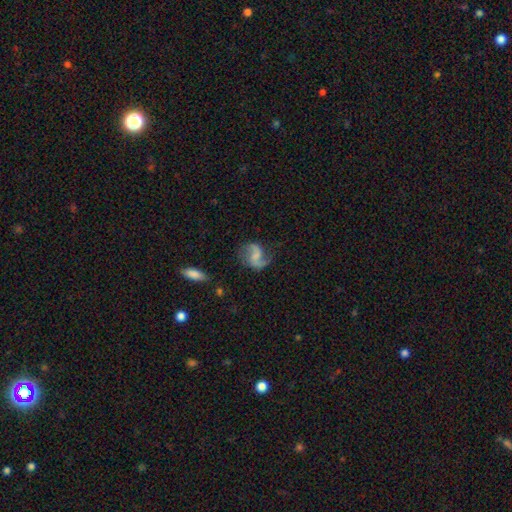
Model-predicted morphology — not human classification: Smooth or featured?
  - featured or disk: 83% *
  - smooth: 10%
  - star or artifact: 6%
Edge-on disk?
  - no: 98% *
  - yes: 2%
Bar?
  - weak: 46% *
  - no: 36%
  - strong: 18%
Spiral arms?
  - yes: 96% *
  - no: 4%
Spiral winding?
  - loose: 60% *
  - medium: 33%
  - tight: 6%
Spiral arm count?
  - 2: 88% *
  - 1: 7%
  - can't tell: 2%
  - 3: 1%
  - 4: 1%
  - more than 4: 1%
Bulge size?
  - none: 49% *
  - small: 31%
  - moderate: 16%
  - large: 3%
  - dominant: 1%
Merging?
  - none: 70% *
  - minor disturbance: 18%
  - major disturbance: 10%
  - merger: 2%